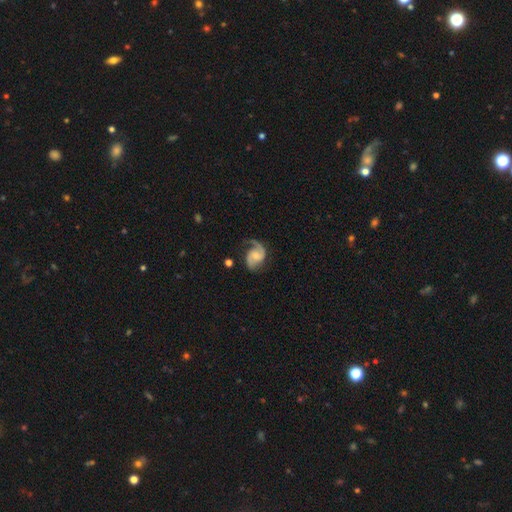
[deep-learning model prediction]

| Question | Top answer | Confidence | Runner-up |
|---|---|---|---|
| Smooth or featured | featured or disk | 89% | smooth (6%) |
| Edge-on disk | no | 98% | yes (2%) |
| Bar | no | 57% | weak (36%) |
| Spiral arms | yes | 98% | no (2%) |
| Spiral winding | medium | 54% | loose (28%) |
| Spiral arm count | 2 | 89% | 1 (5%) |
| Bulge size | small | 48% | moderate (38%) |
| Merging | none | 71% | minor disturbance (18%) |